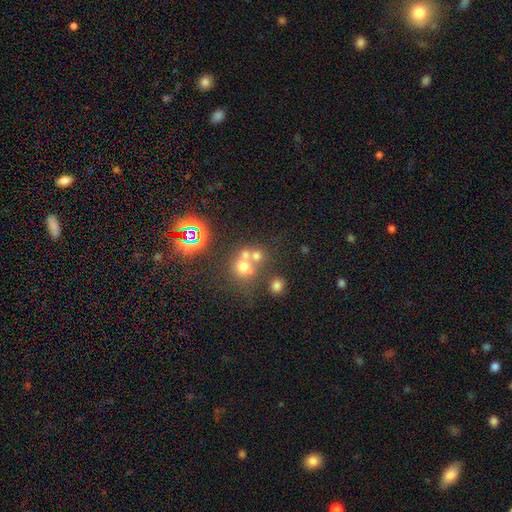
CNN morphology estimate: This appears to be a smooth galaxy with no disk features (59%) that is round (77%). Merging: merger (46%).